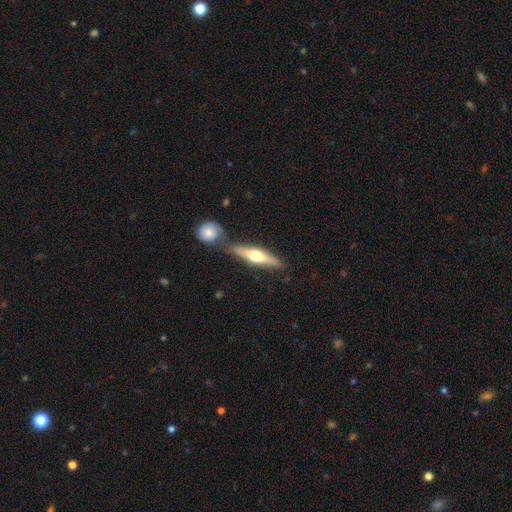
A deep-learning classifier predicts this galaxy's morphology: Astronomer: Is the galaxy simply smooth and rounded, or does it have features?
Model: featured or disk — 49% (runner-up: smooth, 45%).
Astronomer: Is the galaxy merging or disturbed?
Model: none — 68%.